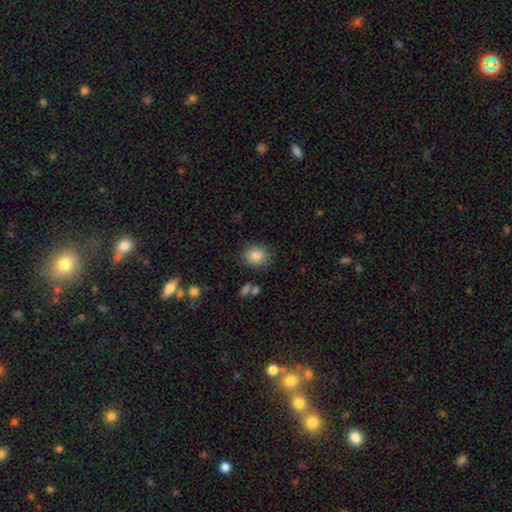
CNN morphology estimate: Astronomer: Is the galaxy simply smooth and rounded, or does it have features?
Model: smooth — 86%.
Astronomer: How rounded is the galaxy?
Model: round — 67%.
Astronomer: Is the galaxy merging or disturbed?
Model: none — 83%.